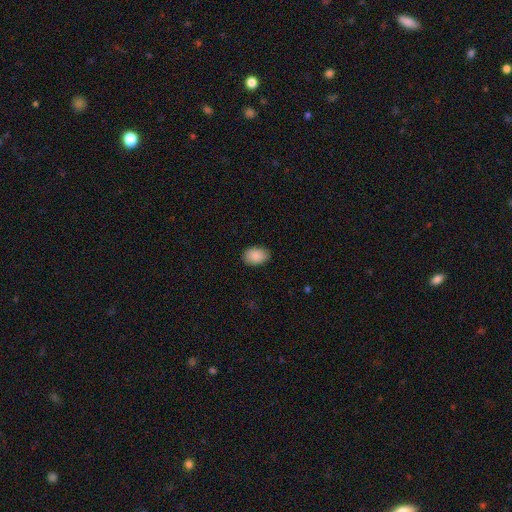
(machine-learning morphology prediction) Q: Smooth or featured?
A: smooth (89%); runner-up: star or artifact (7%)
Q: How rounded?
A: in between (84%); runner-up: round (15%)
Q: Merging?
A: none (87%); runner-up: minor disturbance (10%)